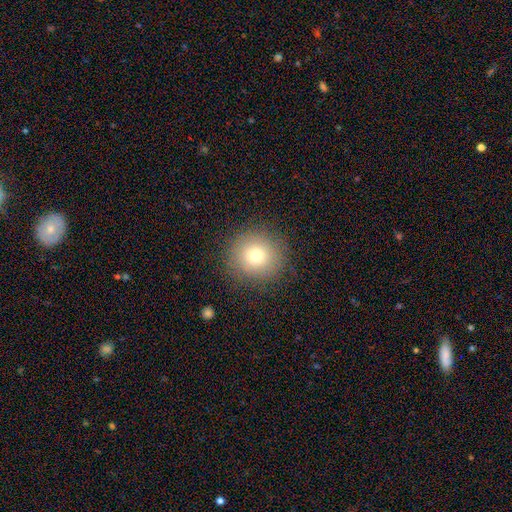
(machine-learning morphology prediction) This appears to be a smooth galaxy with no disk features (75%) that is round (93%). Merging: none (88%).